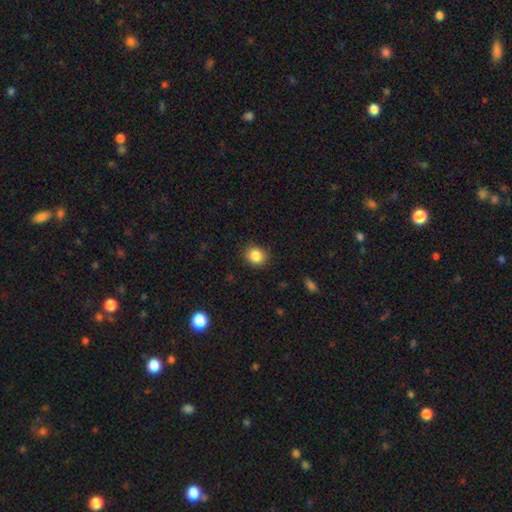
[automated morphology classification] Overall: smooth (85%). How rounded: round (74%). Merging: none (86%).